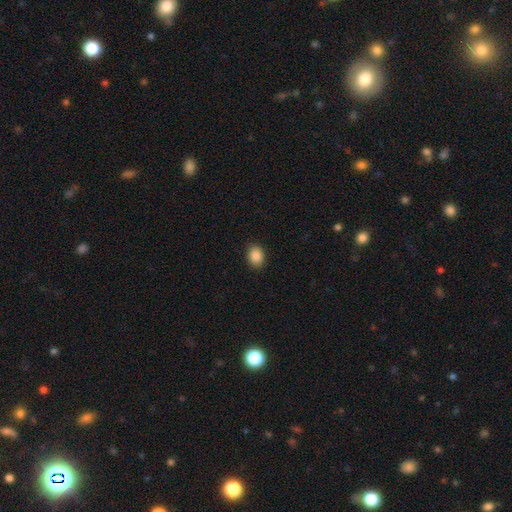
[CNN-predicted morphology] smooth 88%, star or artifact 8%, featured or disk 4%. Down the decision tree: how rounded — in between (65%); merging — none (88%).